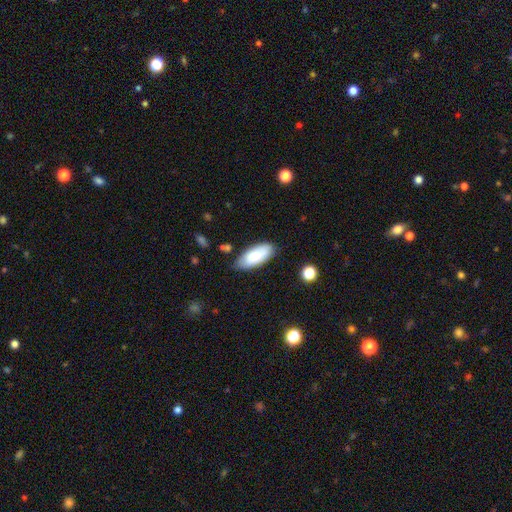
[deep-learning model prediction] Overall: smooth (83%). How rounded: in between (87%). Merging: none (80%).